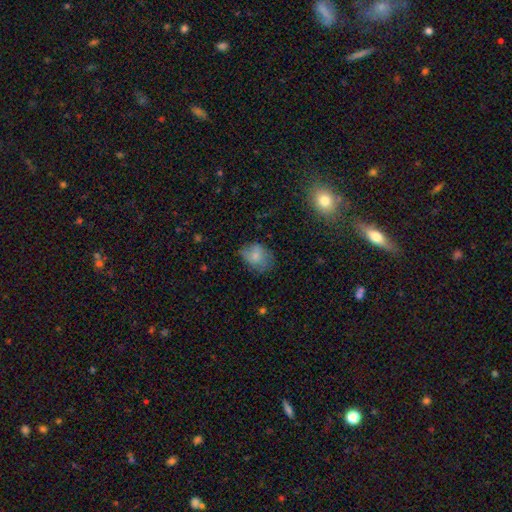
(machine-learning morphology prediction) This appears to be a smooth galaxy with no disk features (70%) that is in between round and cigar-shaped (62%). Merging: none (58%).